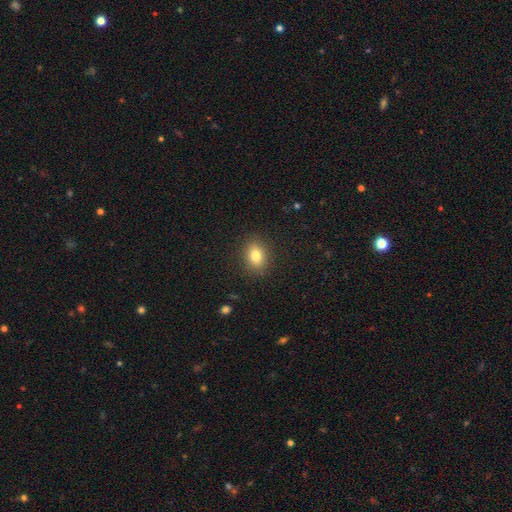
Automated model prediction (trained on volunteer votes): Q: Smooth or featured?
A: smooth (80%); runner-up: star or artifact (10%)
Q: How rounded?
A: in between (64%); runner-up: round (35%)
Q: Merging?
A: none (88%); runner-up: minor disturbance (8%)